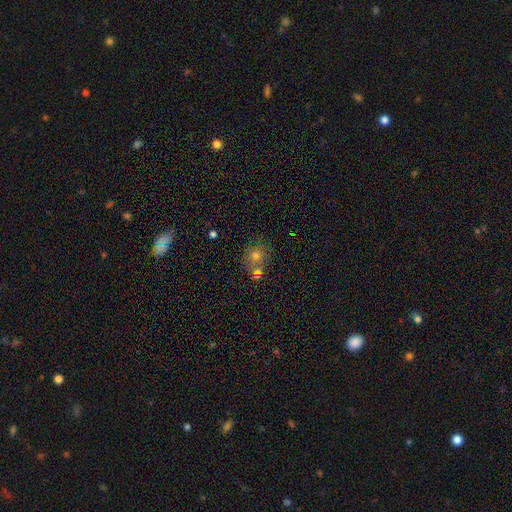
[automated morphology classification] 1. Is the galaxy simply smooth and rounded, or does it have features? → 66% smooth, 17% star or artifact, 17% featured or disk.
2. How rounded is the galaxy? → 72% round, 27% in between, 1% cigar-shaped.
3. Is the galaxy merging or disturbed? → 48% none, 36% merger, 11% minor disturbance, 4% major disturbance.